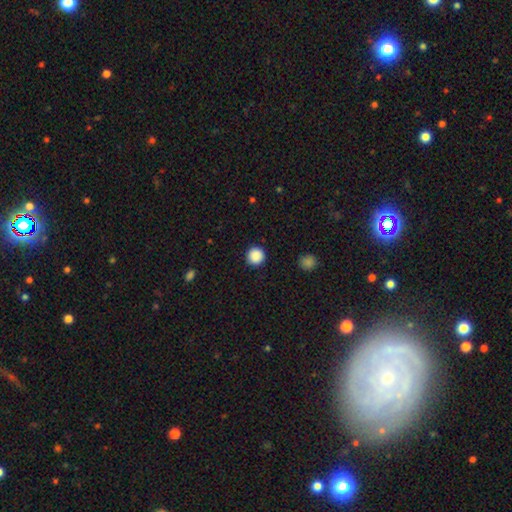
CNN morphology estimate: smooth 89%, star or artifact 9%, featured or disk 2%. Down the decision tree: how rounded — round (96%); merging — none (92%).